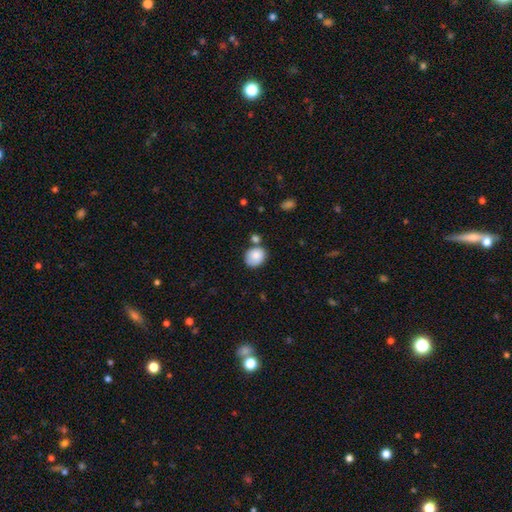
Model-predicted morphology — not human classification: Q: Smooth or featured?
A: smooth (85%); runner-up: star or artifact (8%)
Q: How rounded?
A: round (63%); runner-up: in between (36%)
Q: Merging?
A: none (64%); runner-up: merger (16%)